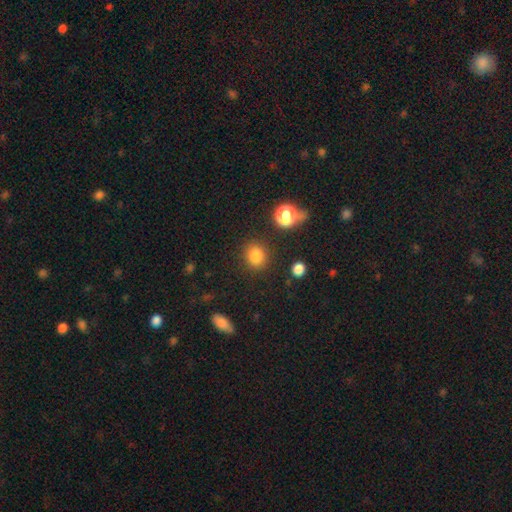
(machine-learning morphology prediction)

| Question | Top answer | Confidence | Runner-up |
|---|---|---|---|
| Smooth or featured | smooth | 83% | star or artifact (12%) |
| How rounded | round | 70% | in between (28%) |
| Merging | none | 84% | minor disturbance (9%) |